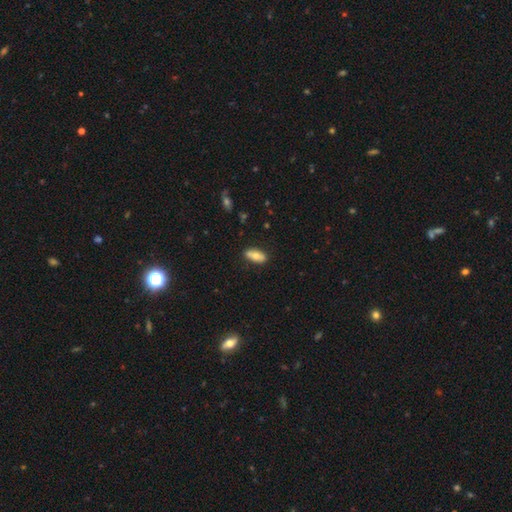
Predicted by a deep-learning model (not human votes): Overall: smooth (71%). How rounded: in between (83%). Merging: none (80%).